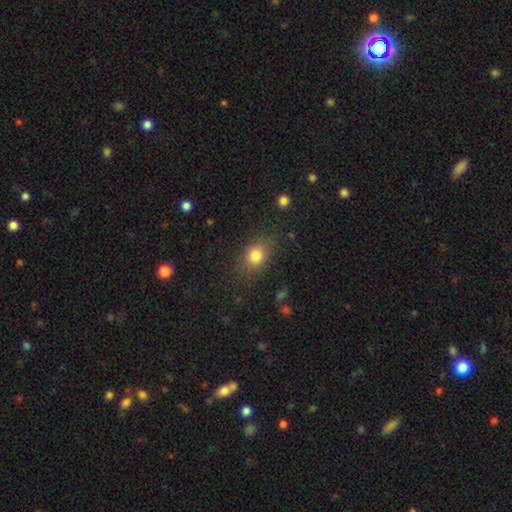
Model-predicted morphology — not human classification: Smooth or featured? Predicted: smooth (p=0.80). How rounded? Predicted: round (p=0.49, tied with in between). Merging? Predicted: none (p=0.81).